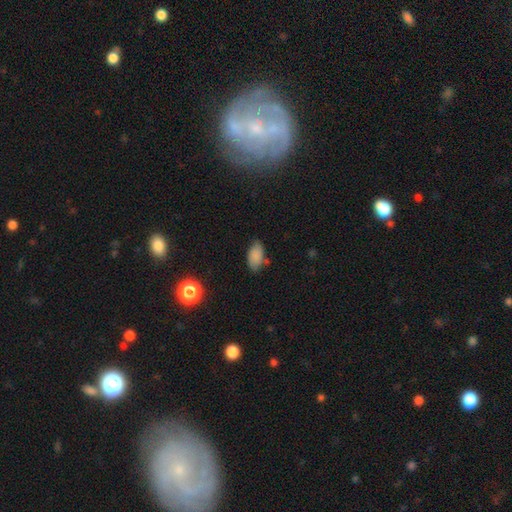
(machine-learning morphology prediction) type=smooth (83%); roundness=in between (93%); merging=none (69%).